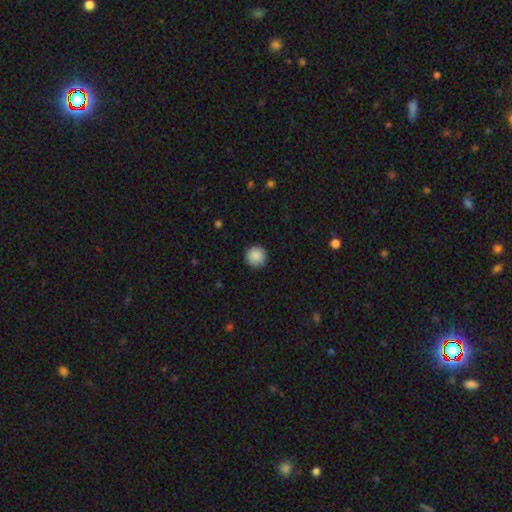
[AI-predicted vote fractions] smooth-or-featured: smooth: 89% | star or artifact: 8% | featured or disk: 3%
  how-rounded: round: 96% | in between: 3% | cigar-shaped: 1%
  merging: none: 91% | minor disturbance: 6% | major disturbance: 2% | merger: 1%